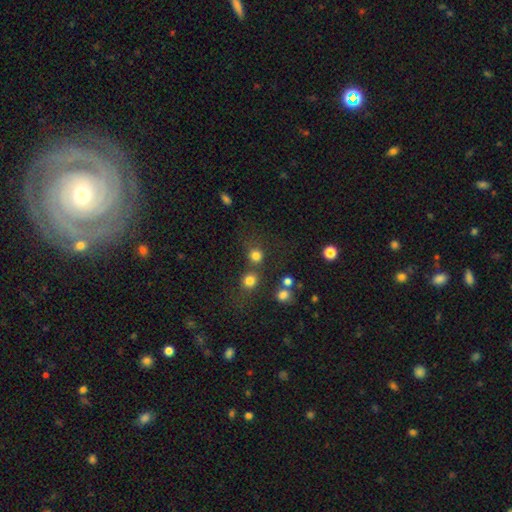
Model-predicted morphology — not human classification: A smooth galaxy with no disk features (78%) that is round (88%). Merging: none (62%).